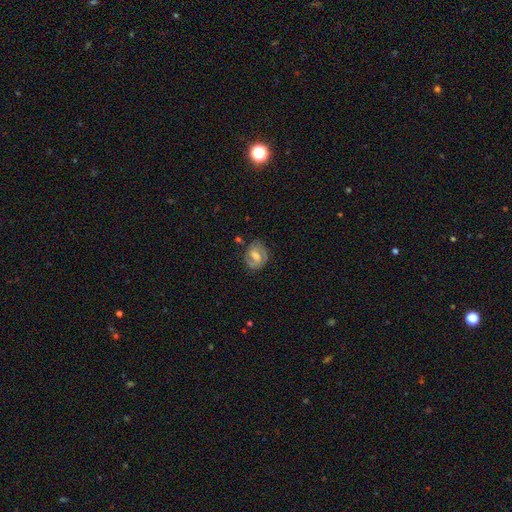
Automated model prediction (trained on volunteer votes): The model was most divided on "bar": weak: 48%, no: 27%, strong: 25%. More confident: edge-on disk — no (96%); spiral arms — yes (75%); merging — none (74%); smooth or featured — featured or disk (59%); bulge size — moderate (50%).